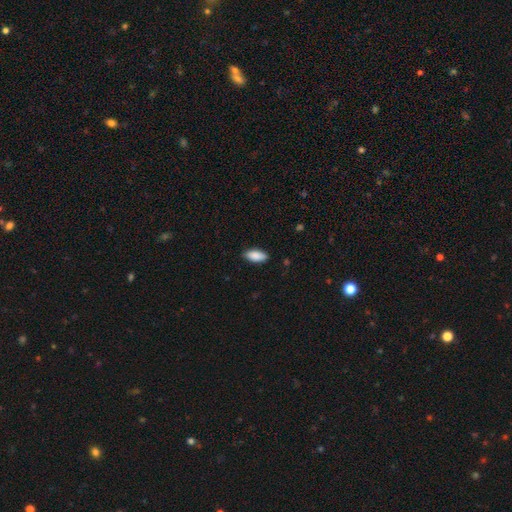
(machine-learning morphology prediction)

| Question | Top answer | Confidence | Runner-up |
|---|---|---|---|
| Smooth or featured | smooth | 89% | star or artifact (6%) |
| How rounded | in between | 88% | cigar-shaped (10%) |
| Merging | none | 87% | minor disturbance (10%) |